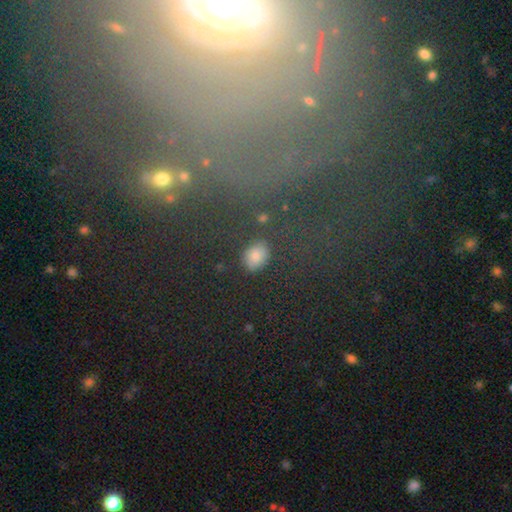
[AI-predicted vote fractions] Smooth or featured: smooth — 69% (star or artifact — 23%)
How rounded: in between — 66% (round — 32%)
Merging: none — 76% (minor disturbance — 15%)